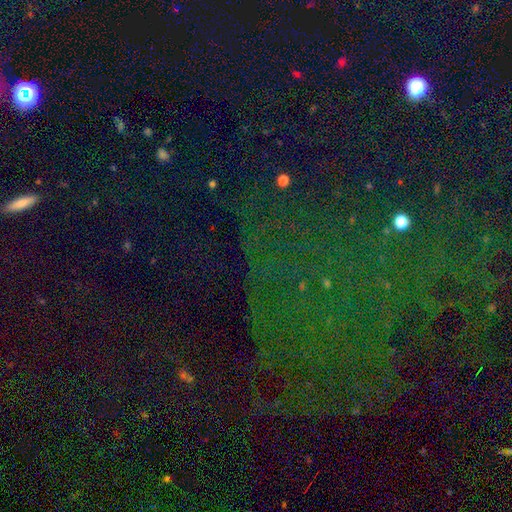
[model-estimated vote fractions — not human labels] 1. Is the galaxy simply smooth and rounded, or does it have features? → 81% star or artifact, 11% smooth, 8% featured or disk.